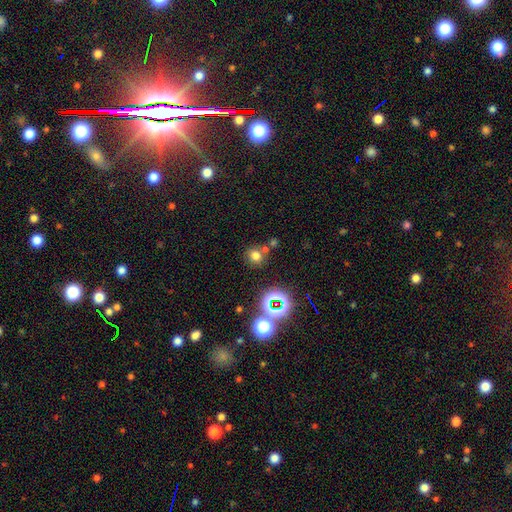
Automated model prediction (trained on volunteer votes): This is likely a smooth galaxy (69%). How rounded: clearly round (85%). Merging: likely none (72%).